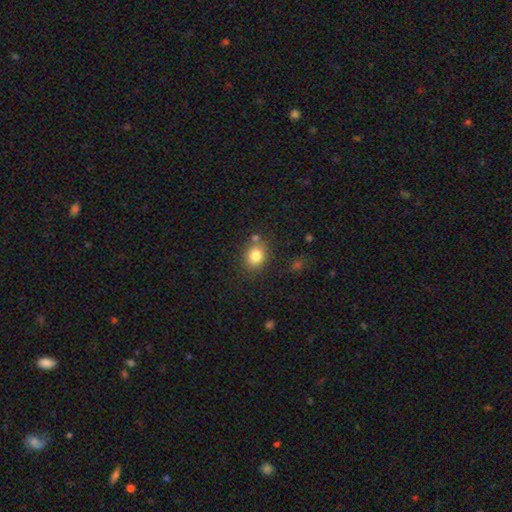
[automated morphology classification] smooth-or-featured: smooth: 82% | star or artifact: 10% | featured or disk: 8%
  how-rounded: round: 60% | in between: 39% | cigar-shaped: 1%
  merging: none: 75% | minor disturbance: 13% | merger: 9% | major disturbance: 4%